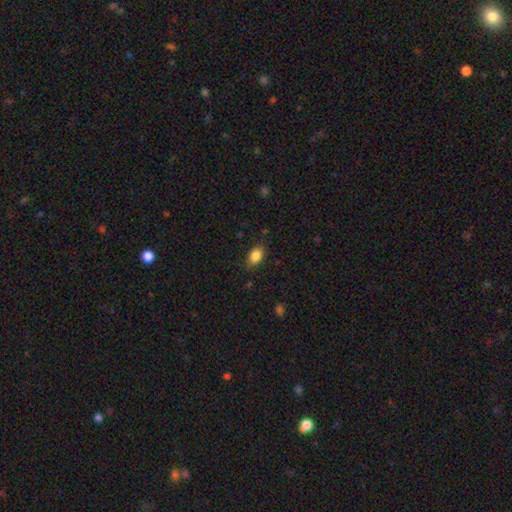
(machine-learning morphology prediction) This appears to be a smooth galaxy with no disk features (86%) that is in between round and cigar-shaped (83%). Merging: none (79%).